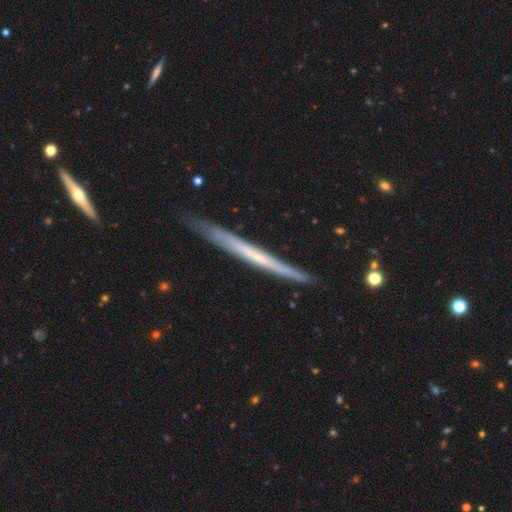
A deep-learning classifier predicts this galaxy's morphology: This appears to be a featured or disk galaxy (61%) viewed edge-on (96%) with no central bulge (83%). Merging: none (85%).